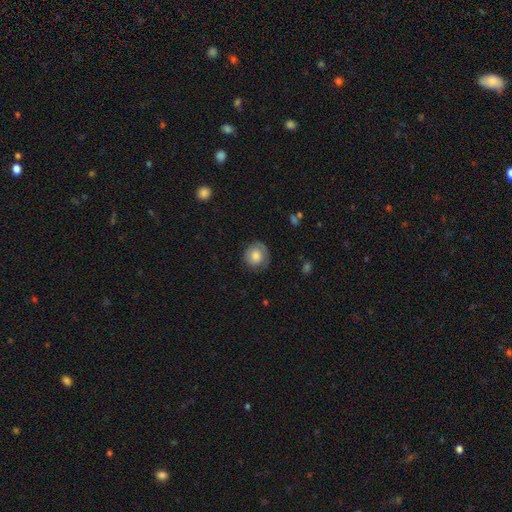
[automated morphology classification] Smooth or featured?
  - smooth: 68% *
  - featured or disk: 24%
  - star or artifact: 7%
How rounded?
  - round: 84% *
  - in between: 15%
  - cigar-shaped: 1%
Merging?
  - none: 71% *
  - minor disturbance: 20%
  - major disturbance: 8%
  - merger: 1%